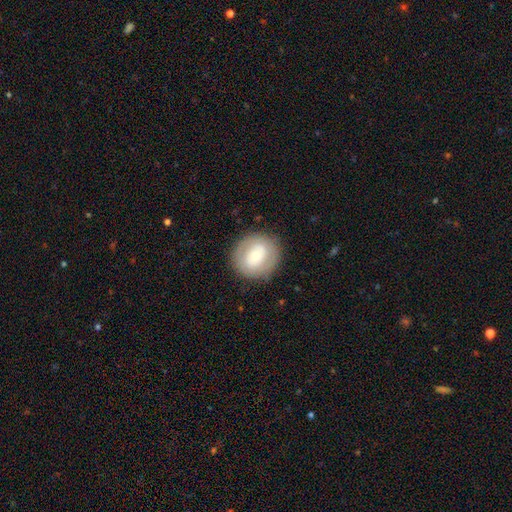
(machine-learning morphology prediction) Smooth or featured? Predicted: smooth (p=0.51). How rounded? Predicted: round (p=0.86). Merging? Predicted: none (p=0.84).